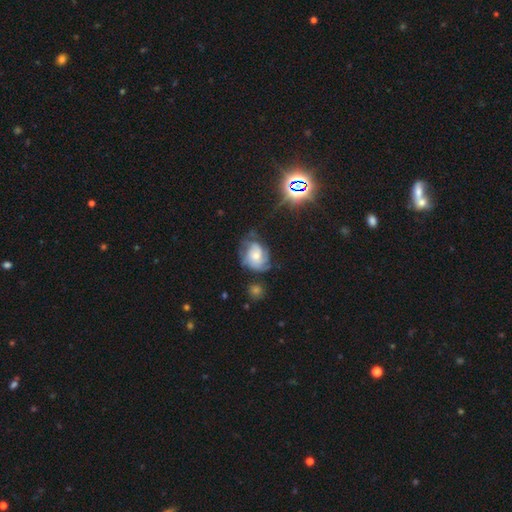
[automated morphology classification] A featured or disk galaxy (63%) with no bar (76%), tight (44%) spiral arms (84%) and a moderate central bulge (50%).

Vote fractions:
- Smooth or featured? featured or disk: 63% / smooth: 27% / star or artifact: 10%
- Edge-on disk? no: 97% / yes: 3%
- Bar? no: 76% / weak: 20% / strong: 4%
- Spiral arms? yes: 84% / no: 16%
- Spiral winding? tight: 44% / medium: 38% / loose: 18%
- Spiral arm count? can't tell: 34% / 3: 28% / 2: 20% / 4: 8% / 1: 5% / more than 4: 4%
- Bulge size? moderate: 50% / small: 40% / large: 6% / none: 3% / dominant: 1%
- Merging? none: 49% / minor disturbance: 28% / major disturbance: 20% / merger: 3%